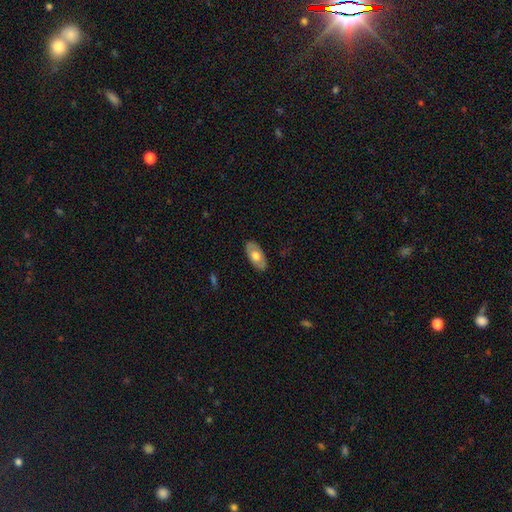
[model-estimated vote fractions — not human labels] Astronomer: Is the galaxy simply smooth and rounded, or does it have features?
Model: smooth — 59% (runner-up: featured or disk, 36%).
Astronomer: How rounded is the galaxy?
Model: in between — 93%.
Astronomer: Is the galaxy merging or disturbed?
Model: none — 85%.